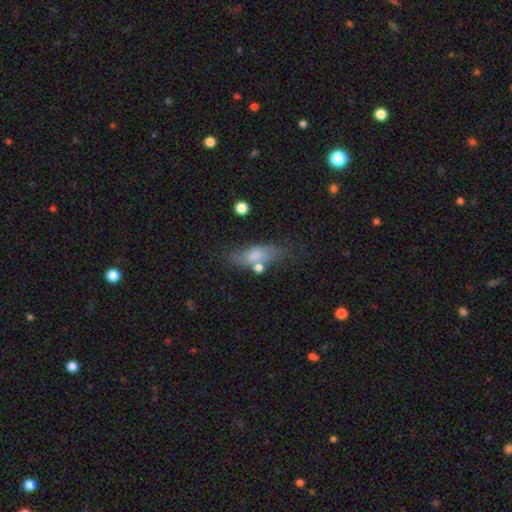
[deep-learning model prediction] This appears to be a smooth galaxy with no disk features (71%) that is in between round and cigar-shaped (69%). Merging: none (56%).